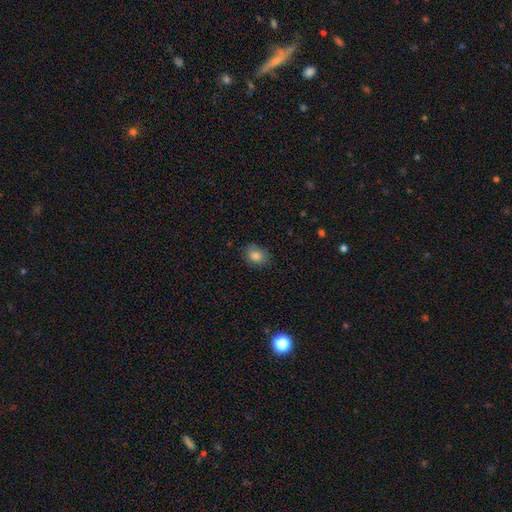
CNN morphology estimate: smooth-or-featured: smooth: 84% | star or artifact: 10% | featured or disk: 6%
  how-rounded: in between: 56% | round: 43% | cigar-shaped: 1%
  merging: none: 83% | minor disturbance: 13% | major disturbance: 3% | merger: 1%